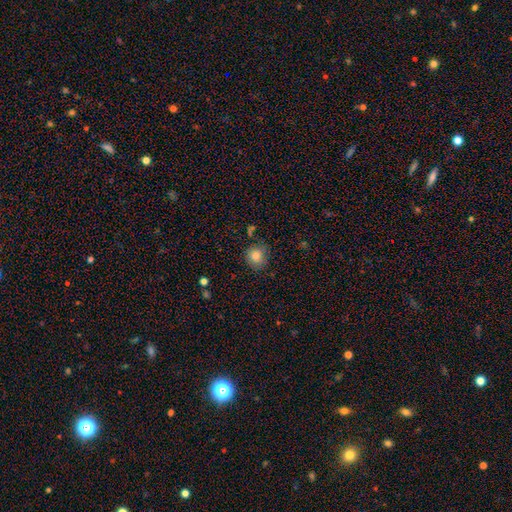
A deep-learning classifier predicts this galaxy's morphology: Smooth or featured? smooth (84%)
How rounded? round (86%)
Merging? none (77%)